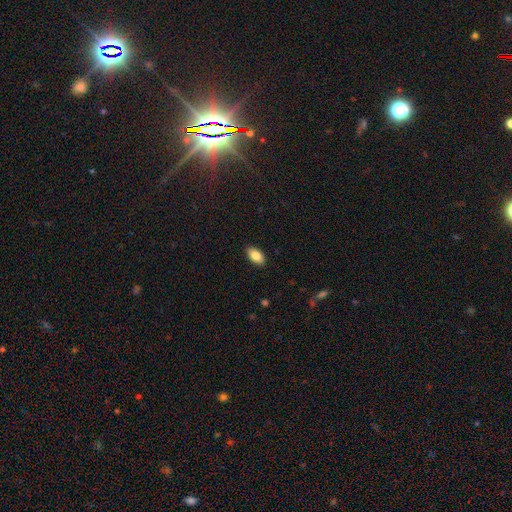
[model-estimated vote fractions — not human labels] Morphology: type=smooth (84%); roundness=in between (94%); merging=none (89%).